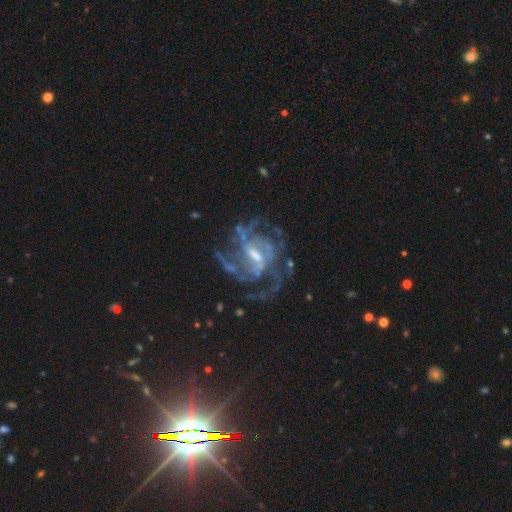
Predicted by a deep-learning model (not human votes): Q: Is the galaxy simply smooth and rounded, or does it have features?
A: featured or disk — 89%.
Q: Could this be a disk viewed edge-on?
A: no — 98%.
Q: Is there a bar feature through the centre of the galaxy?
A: weak — 54%.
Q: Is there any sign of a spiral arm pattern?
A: yes — 94%.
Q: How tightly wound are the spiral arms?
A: medium — 48%.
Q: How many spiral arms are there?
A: can't tell — 26%.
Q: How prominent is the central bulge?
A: moderate — 50%.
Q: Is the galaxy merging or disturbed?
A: none — 58%.